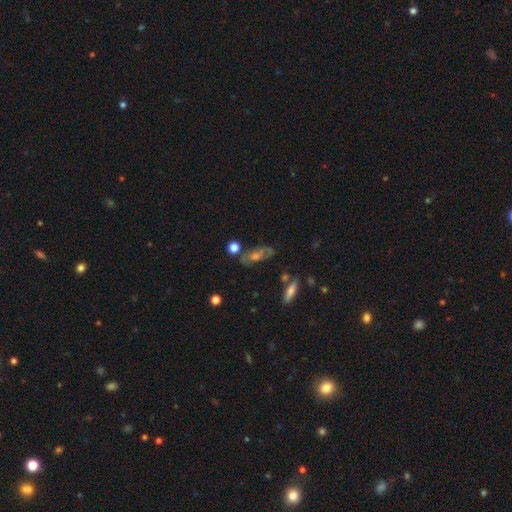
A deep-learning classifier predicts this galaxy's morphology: The model was most divided on "smooth or featured": featured or disk: 51%, smooth: 32%, star or artifact: 16%. More confident: edge-on disk — no (73%); merging — none (63%).